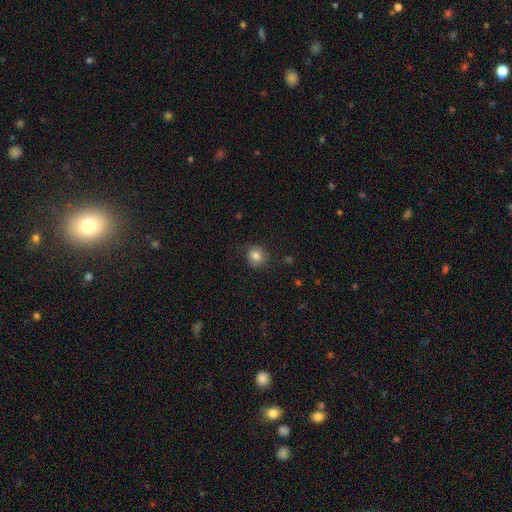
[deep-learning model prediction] This appears to be a smooth galaxy with no disk features (82%) that is round (78%). Merging: none (78%).